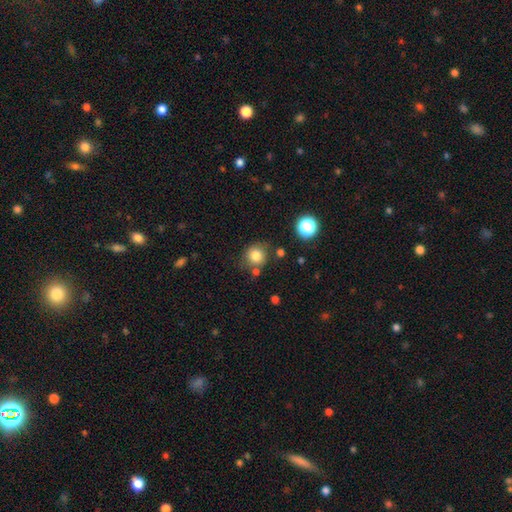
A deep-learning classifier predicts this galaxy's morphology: This is clearly a smooth galaxy (81%). How rounded: clearly round (86%). Merging: likely none (74%).